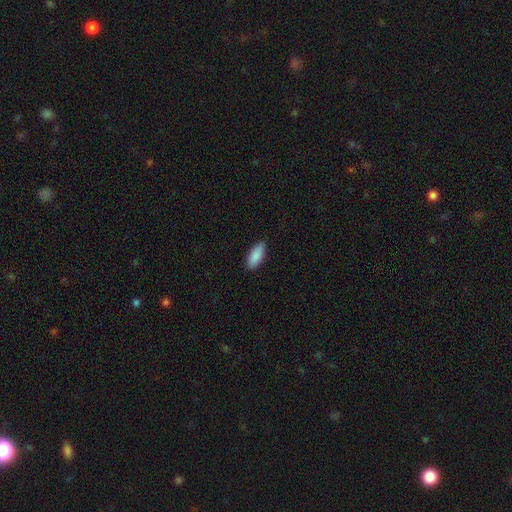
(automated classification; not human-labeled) This is clearly a smooth galaxy (89%). How rounded: clearly in between (81%). Merging: clearly none (86%).